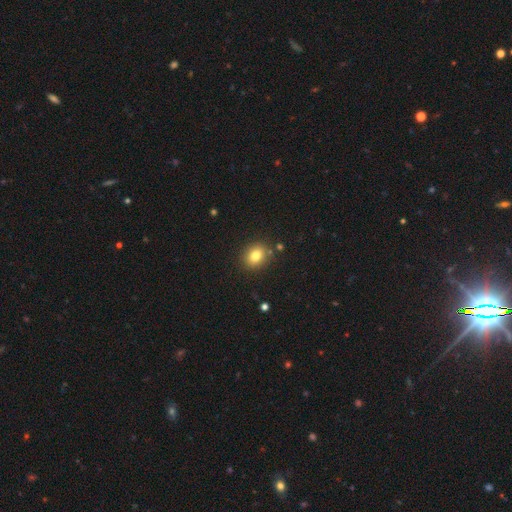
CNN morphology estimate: Smooth or featured? smooth (80%)
How rounded? round (52%)
Merging? none (85%)